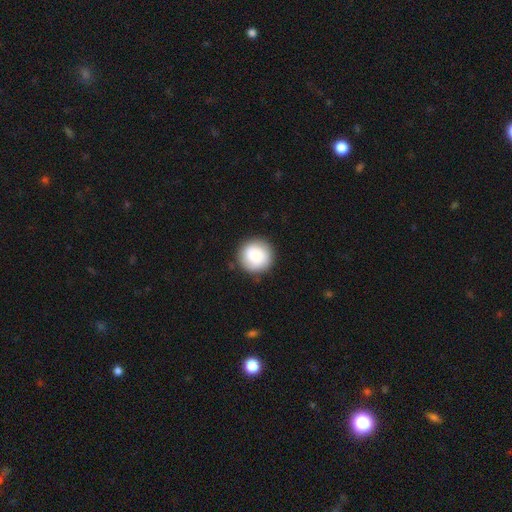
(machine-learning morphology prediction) type=smooth (85%); roundness=round (94%); merging=none (88%).